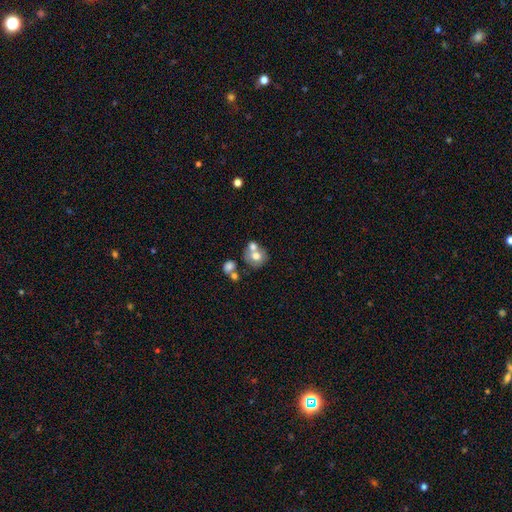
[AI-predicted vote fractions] This is likely a smooth galaxy (65%). How rounded: likely round (73%). Merging: possibly merger (47%).